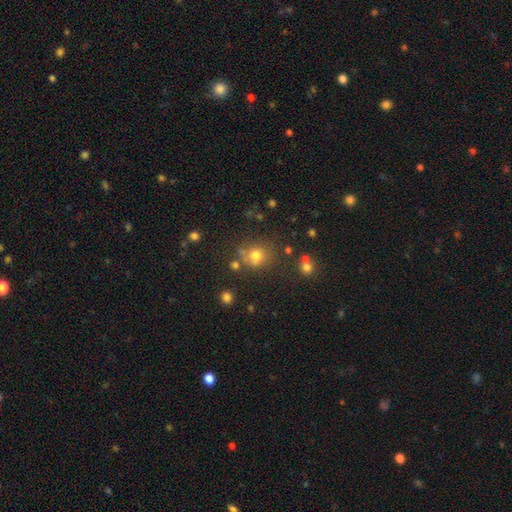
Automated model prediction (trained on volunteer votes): Smooth or featured: smooth — 72% (star or artifact — 19%)
How rounded: round — 78% (in between — 21%)
Merging: none — 67% (minor disturbance — 15%)